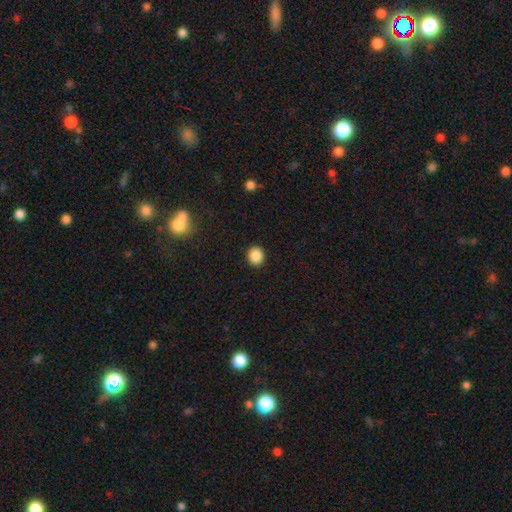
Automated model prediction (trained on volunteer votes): smooth_or_featured: smooth (p=0.87) [alt: star or artifact p=0.10]
how_rounded: round (p=0.80) [alt: in between p=0.19]
merging: none (p=0.92) [alt: minor disturbance p=0.05]